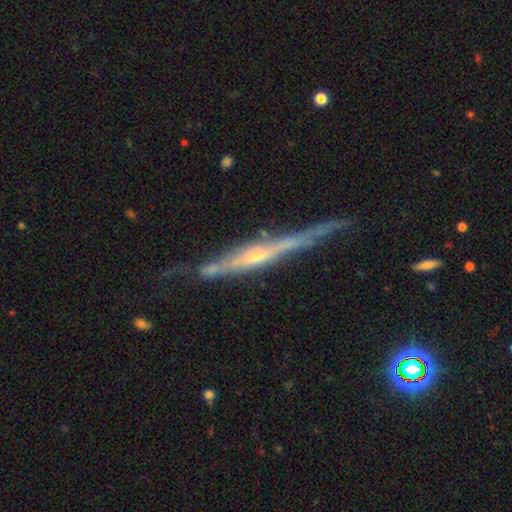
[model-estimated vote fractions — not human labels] A featured or disk galaxy (82%) viewed edge-on (95%) with a rounded central bulge (62%).

Vote fractions:
- Smooth or featured? featured or disk: 82% / smooth: 11% / star or artifact: 6%
- Edge-on disk? yes: 95% / no: 5%
- Edge-on bulge? rounded: 62% / none: 29% / boxy: 9%
- Merging? none: 65% / minor disturbance: 26% / major disturbance: 6% / merger: 3%